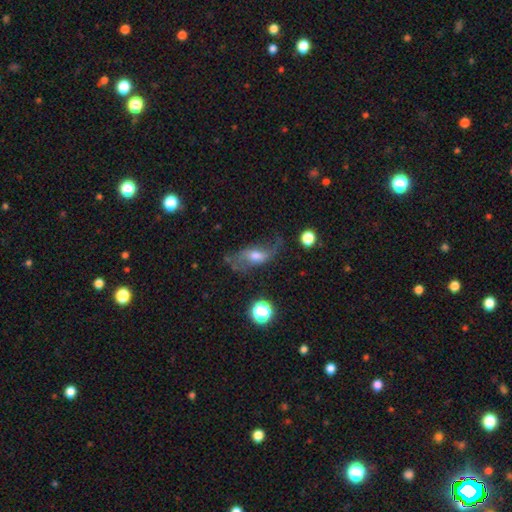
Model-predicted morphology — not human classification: A featured or disk galaxy (56%). Merging: none (49%).